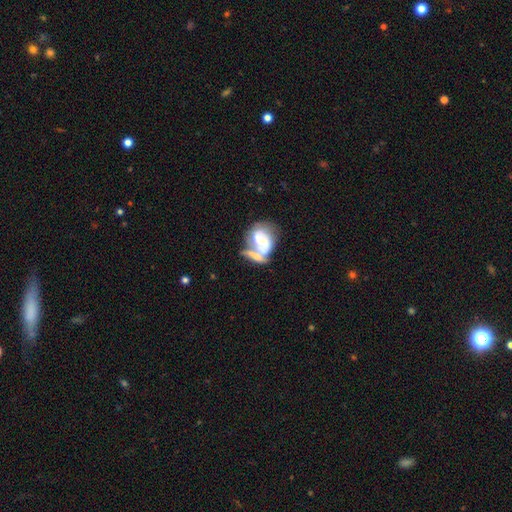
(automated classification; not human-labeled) Morphology: type=featured or disk (57%); edge-on=no (93%); bar=no (59%); spiral arms=yes (58%); bulge=small (37%); merging=merger (59%).